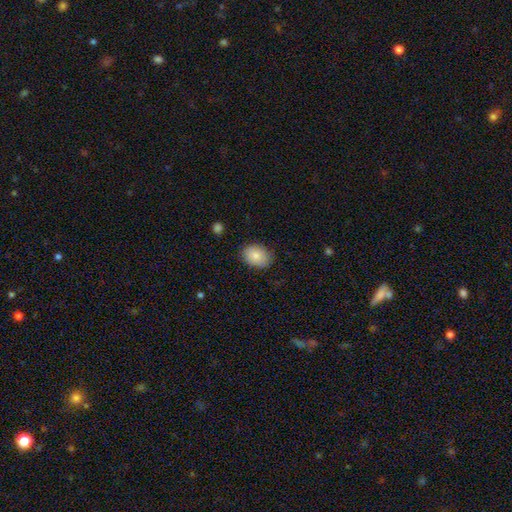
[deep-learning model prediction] Smooth or featured: smooth — 84% (featured or disk — 8%)
How rounded: in between — 65% (round — 34%)
Merging: none — 84% (minor disturbance — 12%)